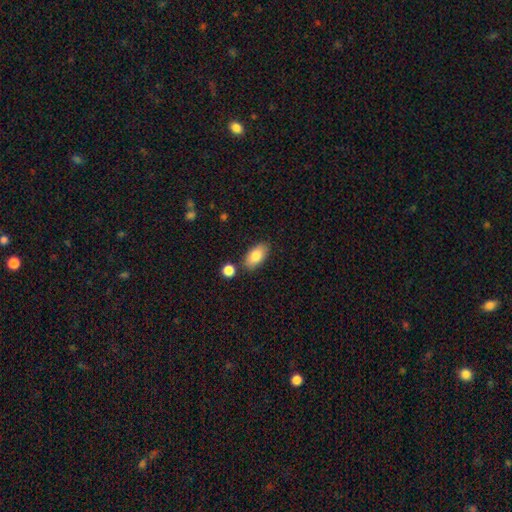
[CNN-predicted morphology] The model was most divided on "merging": none: 80%, minor disturbance: 12%, merger: 6%, major disturbance: 3%. More confident: how rounded — in between (92%); smooth or featured — smooth (83%).